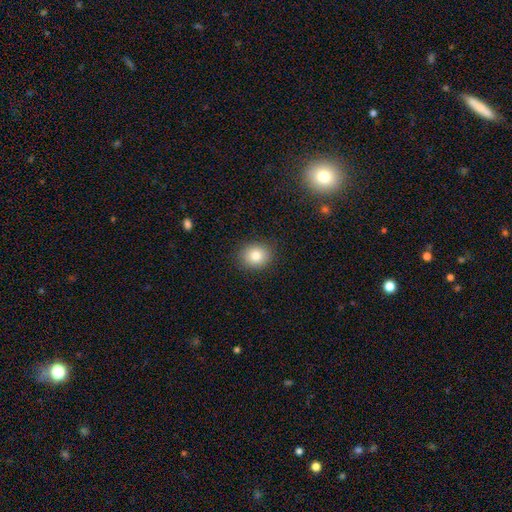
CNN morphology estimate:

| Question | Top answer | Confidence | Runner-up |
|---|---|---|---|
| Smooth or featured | smooth | 82% | star or artifact (10%) |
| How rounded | round | 65% | in between (34%) |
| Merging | none | 88% | minor disturbance (9%) |